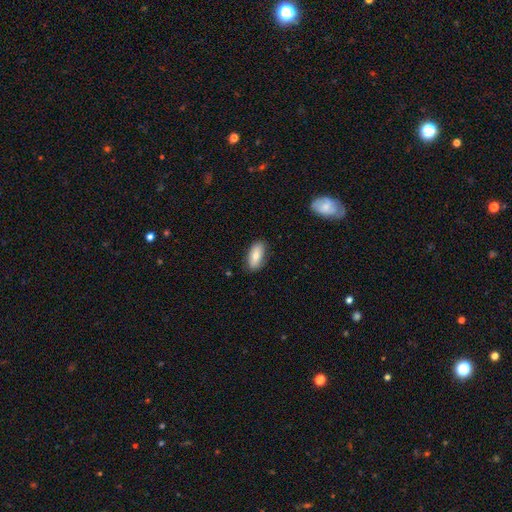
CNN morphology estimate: A smooth galaxy with no disk features (76%) that is in between round and cigar-shaped (90%).

Vote fractions:
- Smooth or featured? smooth: 76% / featured or disk: 18% / star or artifact: 7%
- How rounded? in between: 90% / cigar-shaped: 8% / round: 3%
- Merging? none: 84% / minor disturbance: 13% / major disturbance: 2% / merger: 1%